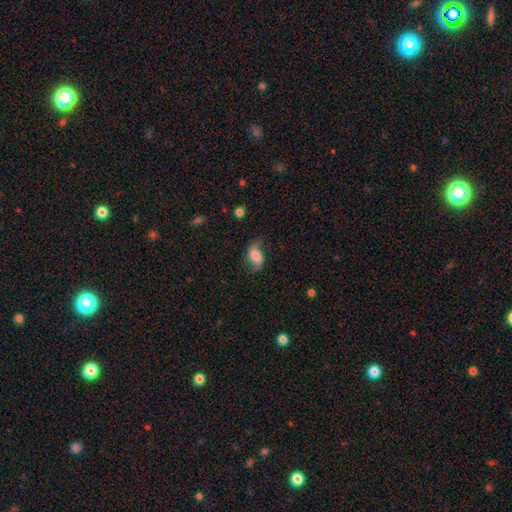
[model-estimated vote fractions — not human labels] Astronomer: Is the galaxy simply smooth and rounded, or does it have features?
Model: featured or disk — 49% (runner-up: smooth, 42%).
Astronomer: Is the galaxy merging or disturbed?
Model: none — 62%.